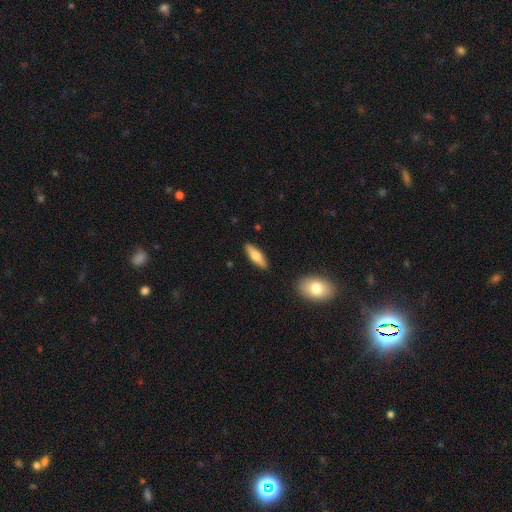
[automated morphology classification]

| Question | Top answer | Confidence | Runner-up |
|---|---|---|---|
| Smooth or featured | smooth | 55% | featured or disk (39%) |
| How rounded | cigar-shaped | 55% | in between (42%) |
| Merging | none | 89% | minor disturbance (7%) |